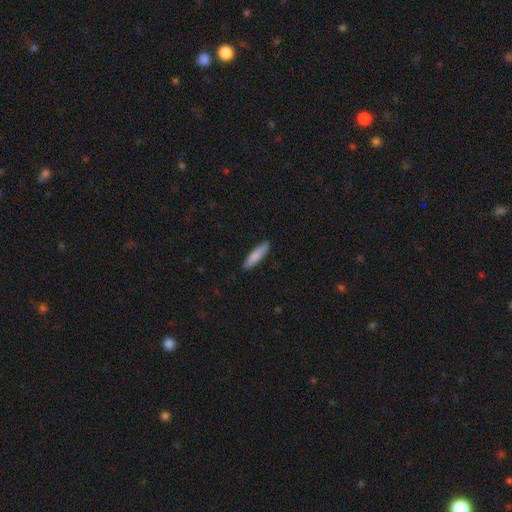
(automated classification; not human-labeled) Smooth or featured?
  - smooth: 83% *
  - featured or disk: 12%
  - star or artifact: 5%
How rounded?
  - cigar-shaped: 77% *
  - in between: 22%
  - round: 1%
Merging?
  - none: 89% *
  - minor disturbance: 8%
  - major disturbance: 2%
  - merger: 1%